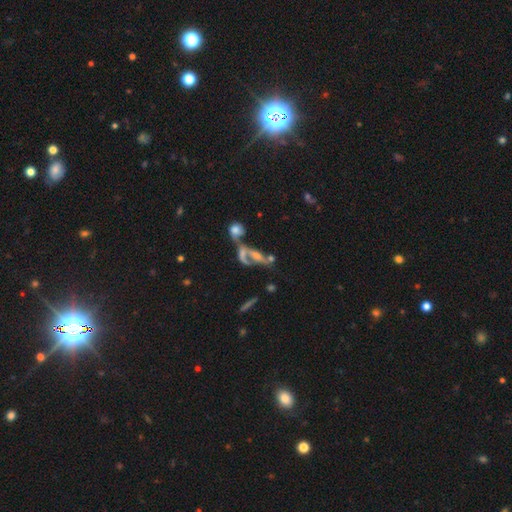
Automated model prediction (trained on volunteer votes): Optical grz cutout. It shows a featured or disk galaxy (58%). Merging: merger (47%).